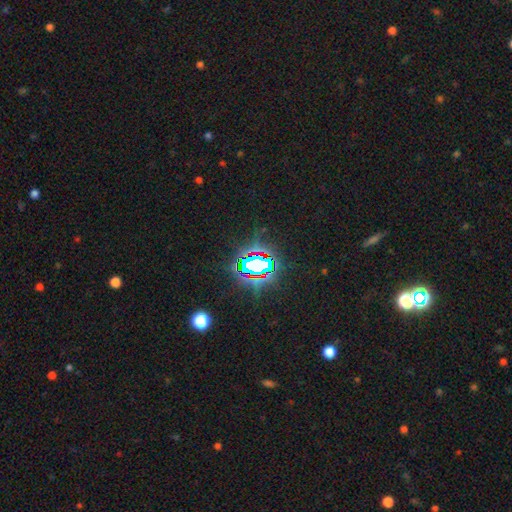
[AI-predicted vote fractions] star or artifact 83%, smooth 10%, featured or disk 7%.